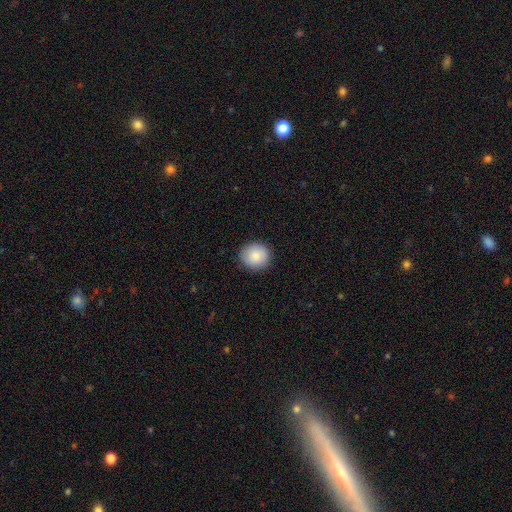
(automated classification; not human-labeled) Overall: smooth (85%). How rounded: round (90%). Merging: none (90%).